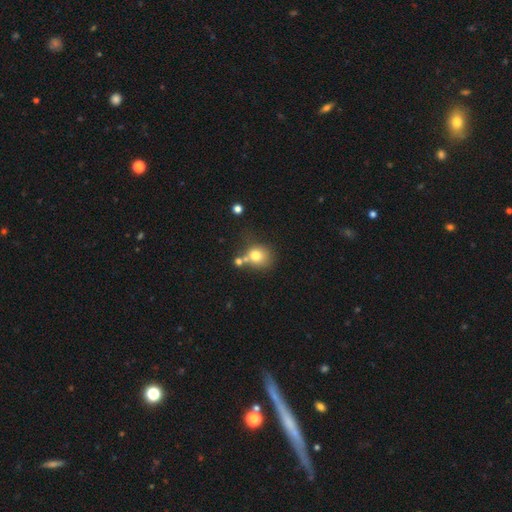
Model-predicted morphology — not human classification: A smooth galaxy with no disk features (75%) that is round (80%).

Vote fractions:
- Smooth or featured? smooth: 75% / featured or disk: 13% / star or artifact: 12%
- How rounded? round: 80% / in between: 19% / cigar-shaped: 1%
- Merging? none: 51% / merger: 27% / minor disturbance: 15% / major disturbance: 6%